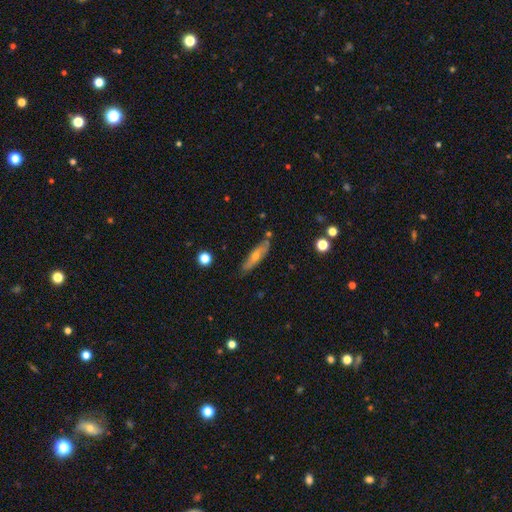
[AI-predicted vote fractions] smooth_or_featured: featured or disk (p=0.53) [alt: smooth p=0.39]
disk_edge_on: yes (p=0.74) [alt: no p=0.26]
merging: none (p=0.77) [alt: minor disturbance p=0.16]